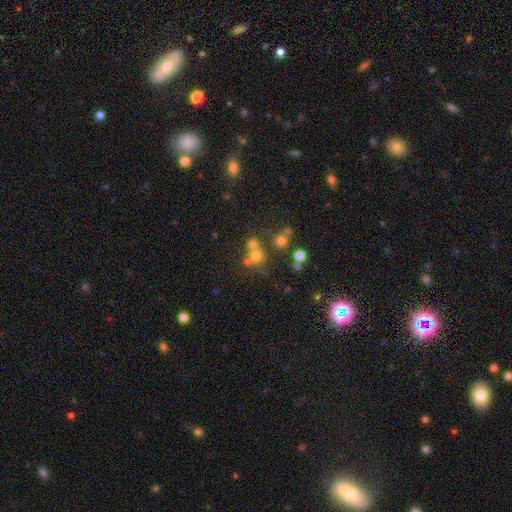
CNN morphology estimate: smooth-or-featured: smooth: 64% | star or artifact: 22% | featured or disk: 14%
  how-rounded: round: 88% | in between: 11% | cigar-shaped: 1%
  merging: none: 55% | merger: 34% | minor disturbance: 8% | major disturbance: 4%